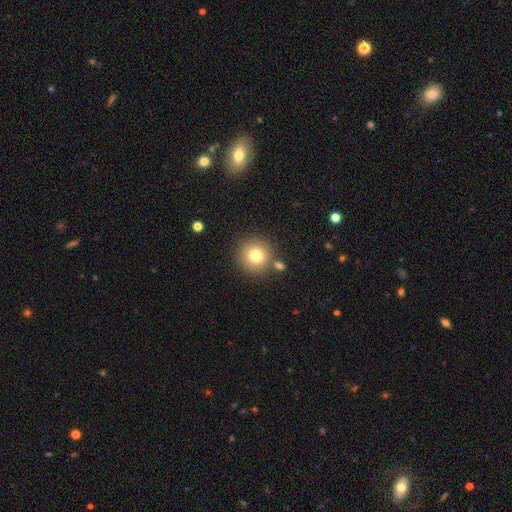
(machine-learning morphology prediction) smooth 78%, star or artifact 12%, featured or disk 10%. Down the decision tree: how rounded — round (94%); merging — none (81%).